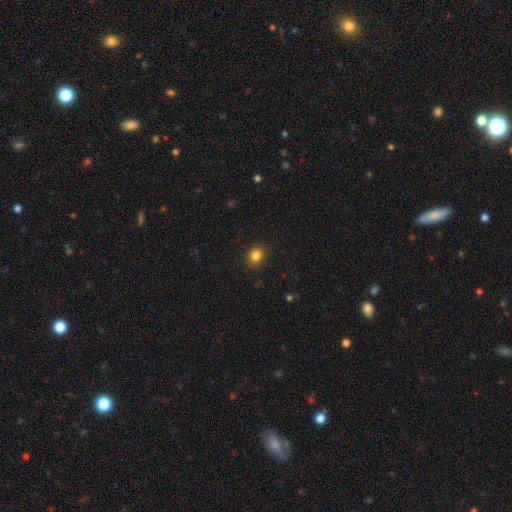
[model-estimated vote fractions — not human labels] smooth-or-featured: smooth: 84% | star or artifact: 11% | featured or disk: 5%
  how-rounded: round: 66% | in between: 33% | cigar-shaped: 1%
  merging: none: 89% | minor disturbance: 8% | major disturbance: 2% | merger: 1%